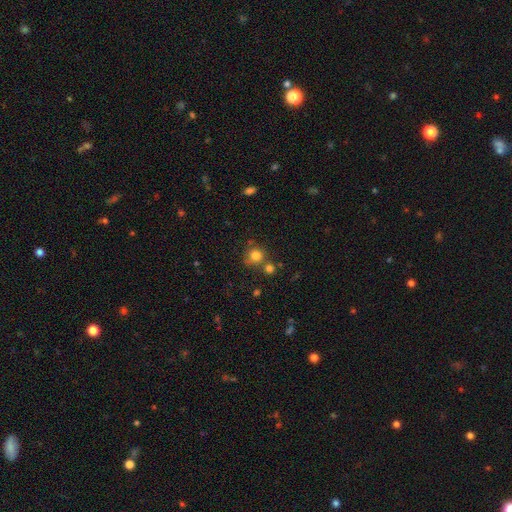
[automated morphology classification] smooth-or-featured: smooth: 80% | star or artifact: 13% | featured or disk: 7%
  how-rounded: round: 90% | in between: 10% | cigar-shaped: 1%
  merging: none: 67% | merger: 18% | minor disturbance: 11% | major disturbance: 4%